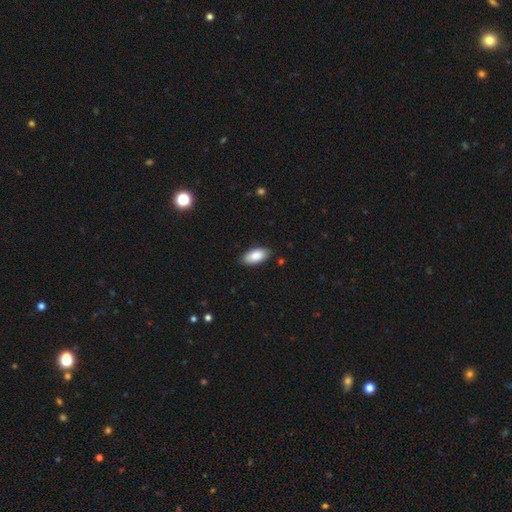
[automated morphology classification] This appears to be a smooth galaxy with no disk features (86%) that is in between round and cigar-shaped (93%). Merging: none (86%).